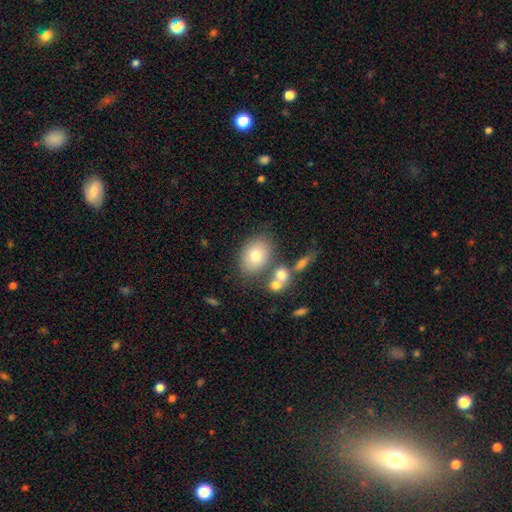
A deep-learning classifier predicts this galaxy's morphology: type=smooth (75%); roundness=in between (74%); merging=none (67%).